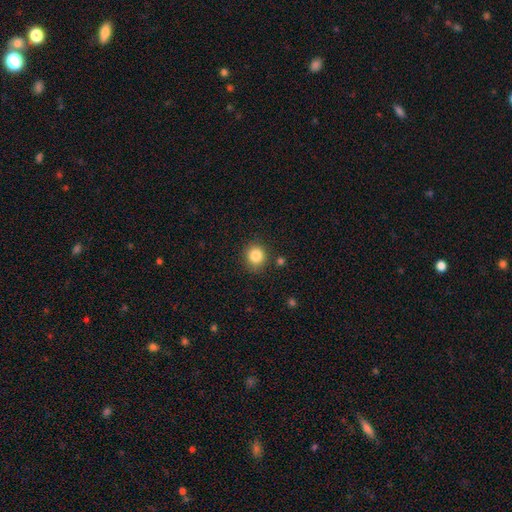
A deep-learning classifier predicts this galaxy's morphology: This is clearly a smooth galaxy (84%). How rounded: clearly round (86%). Merging: clearly none (85%).